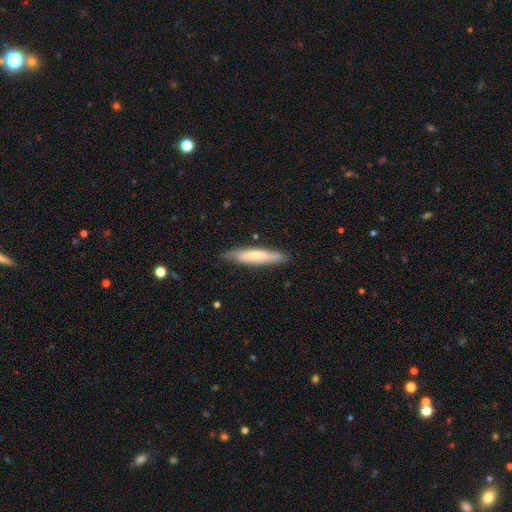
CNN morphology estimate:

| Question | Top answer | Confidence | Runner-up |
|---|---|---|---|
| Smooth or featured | smooth | 59% | featured or disk (35%) |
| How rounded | cigar-shaped | 88% | in between (11%) |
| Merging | none | 83% | minor disturbance (13%) |